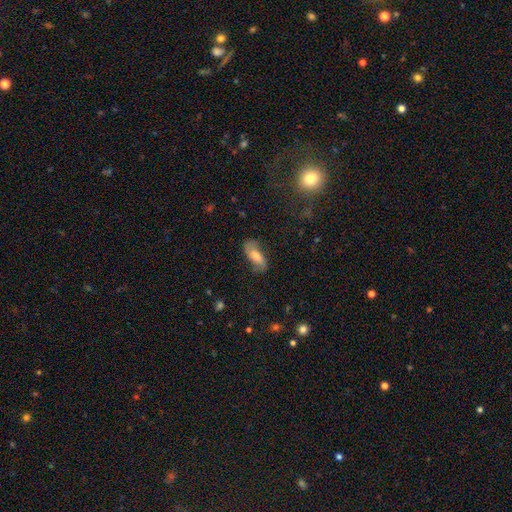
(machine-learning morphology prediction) Overall: smooth (50%; featured or disk 40%). How rounded: in between (72%). Merging: none (71%).